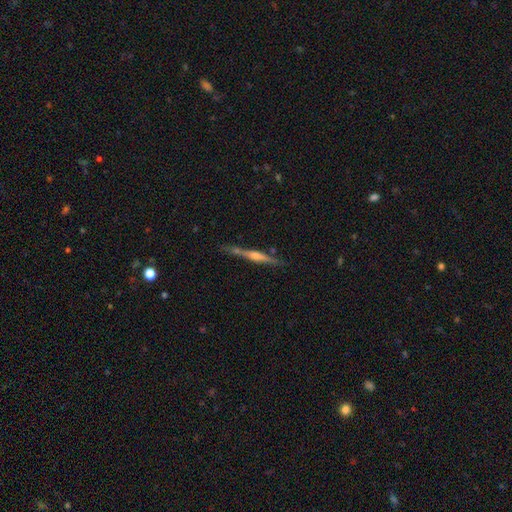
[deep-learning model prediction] This appears to be a featured or disk galaxy (75%) viewed edge-on (98%) with a rounded central bulge (68%). Merging: none (81%).